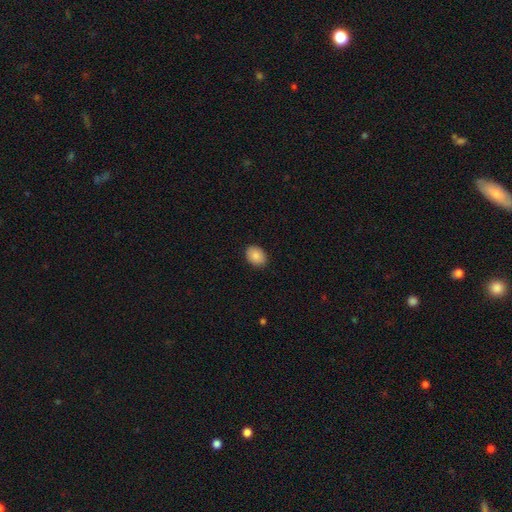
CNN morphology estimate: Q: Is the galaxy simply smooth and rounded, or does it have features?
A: smooth — 87%.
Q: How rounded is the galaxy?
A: in between — 69%.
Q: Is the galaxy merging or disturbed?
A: none — 88%.